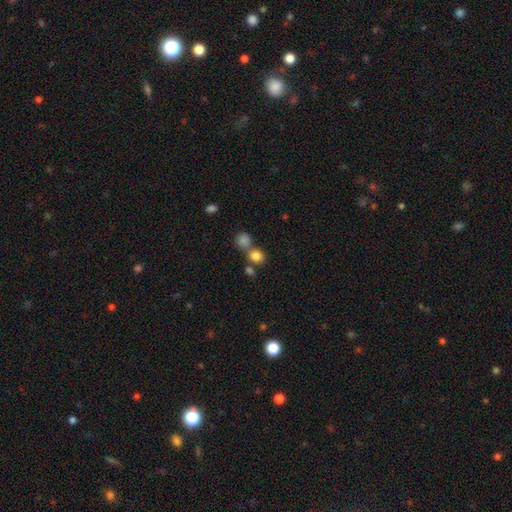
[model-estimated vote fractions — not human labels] The model was most divided on "merging": none: 55%, merger: 34%, minor disturbance: 8%, major disturbance: 3%. More confident: how rounded — round (83%); smooth or featured — smooth (81%).